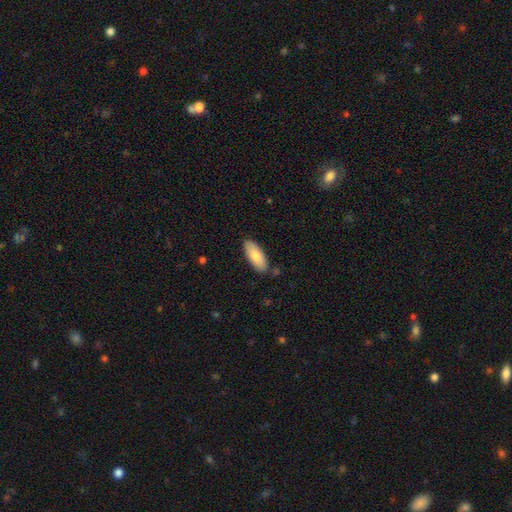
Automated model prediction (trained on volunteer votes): smooth 83%, featured or disk 12%, star or artifact 6%. Down the decision tree: how rounded — in between (82%); merging — none (85%).